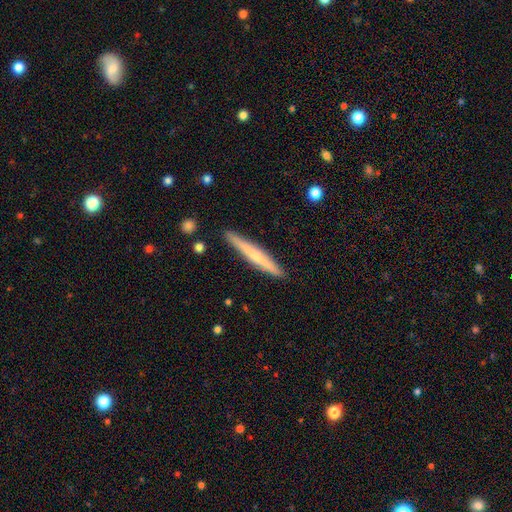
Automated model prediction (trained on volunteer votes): This appears to be a smooth galaxy with no disk features (51%) that is cigar-shaped (96%). Merging: none (90%).